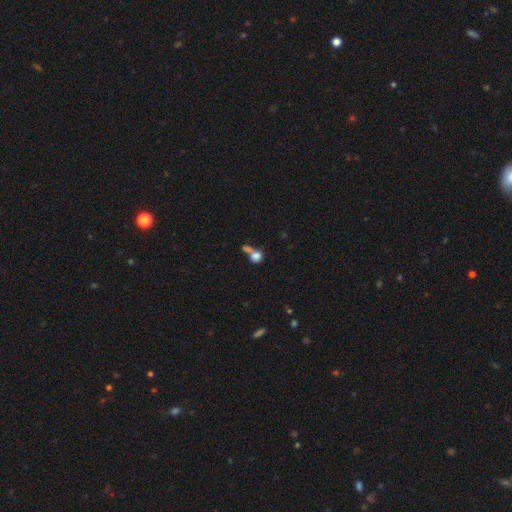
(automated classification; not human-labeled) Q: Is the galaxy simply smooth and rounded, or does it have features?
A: smooth — 77%.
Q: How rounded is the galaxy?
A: round — 63%.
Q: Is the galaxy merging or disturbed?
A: merger — 51%.